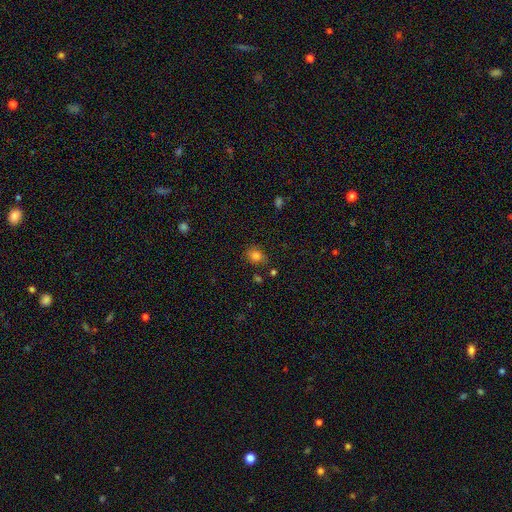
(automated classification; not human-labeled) A smooth galaxy with no disk features (79%) that is round (56%). Merging: none (73%).